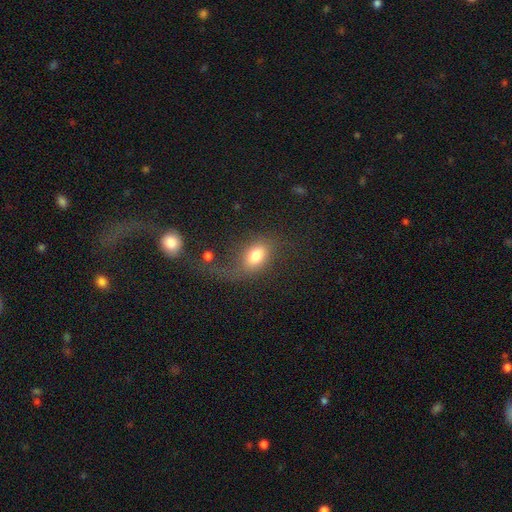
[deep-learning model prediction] The model was most divided on "merging": none: 41%, major disturbance: 34%, minor disturbance: 18%, merger: 8%. More confident: how rounded — in between (81%); smooth or featured — smooth (74%).